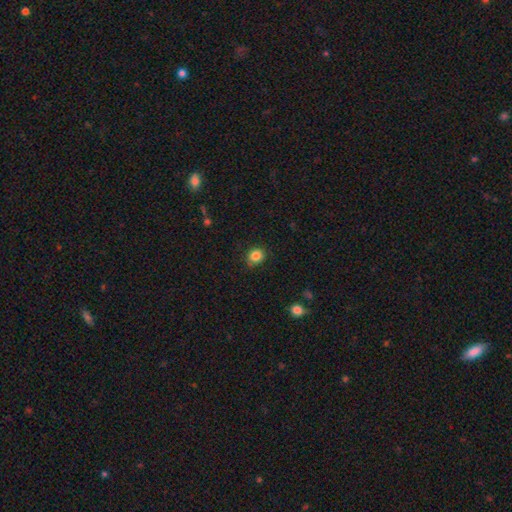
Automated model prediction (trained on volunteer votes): A smooth galaxy with no disk features (84%) that is round (71%). Merging: none (79%).